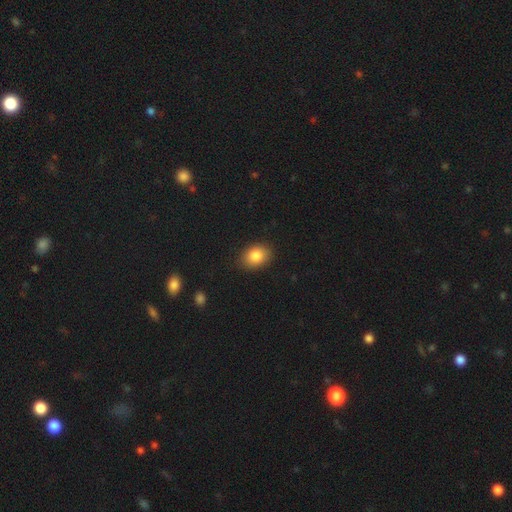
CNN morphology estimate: type=smooth (85%); roundness=in between (69%); merging=none (87%).